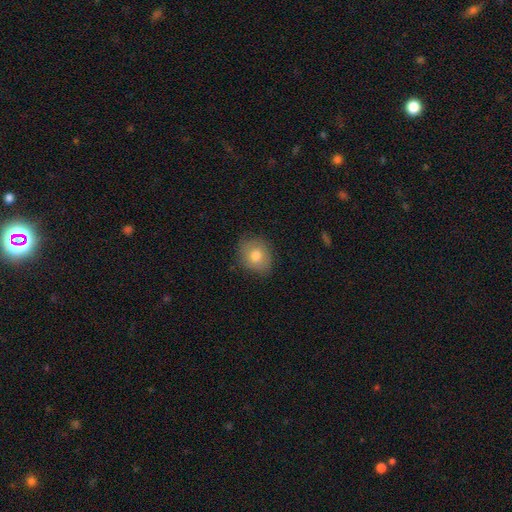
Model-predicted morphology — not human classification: A smooth galaxy with no disk features (76%) that is round (68%). Merging: none (79%).